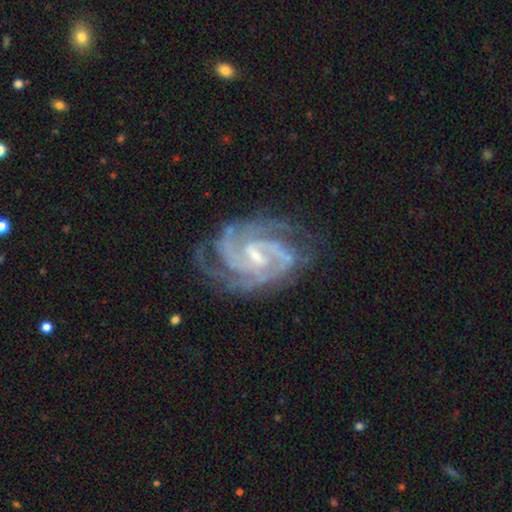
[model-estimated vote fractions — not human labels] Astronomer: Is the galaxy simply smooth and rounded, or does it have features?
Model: featured or disk — 92%.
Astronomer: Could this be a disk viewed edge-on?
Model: no — 98%.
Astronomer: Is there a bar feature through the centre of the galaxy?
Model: weak — 55%.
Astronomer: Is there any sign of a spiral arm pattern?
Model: yes — 98%.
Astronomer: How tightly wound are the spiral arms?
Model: tight — 56% (runner-up: medium, 39%).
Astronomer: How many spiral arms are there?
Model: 3 — 30% (runner-up: 2, 25%).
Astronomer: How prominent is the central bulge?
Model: small — 57% (runner-up: moderate, 33%).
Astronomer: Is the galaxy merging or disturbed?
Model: none — 71%.